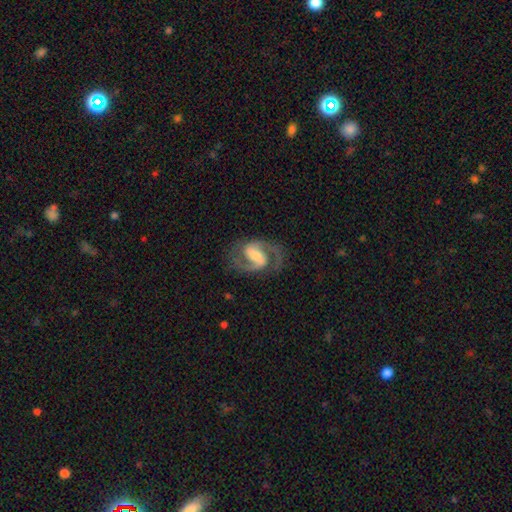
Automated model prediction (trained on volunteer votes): A featured or disk galaxy (90%) with a weak bar (43%), 2 (93%) medium (64%) spiral arms (97%) and a moderate central bulge (47%). Merging: none (78%).